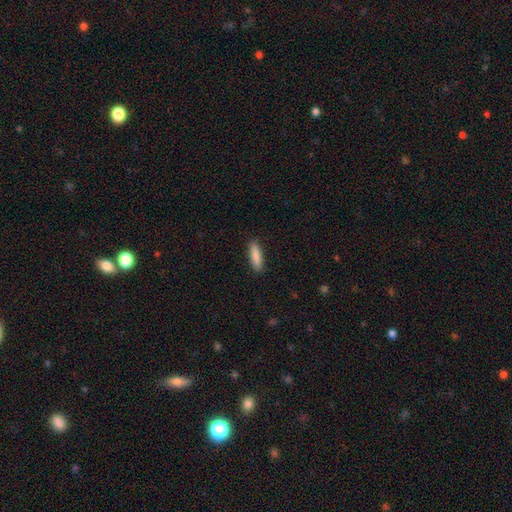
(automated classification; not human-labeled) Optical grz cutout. It shows a smooth galaxy with no disk features (88%) that is cigar-shaped (66%). Merging: none (90%).